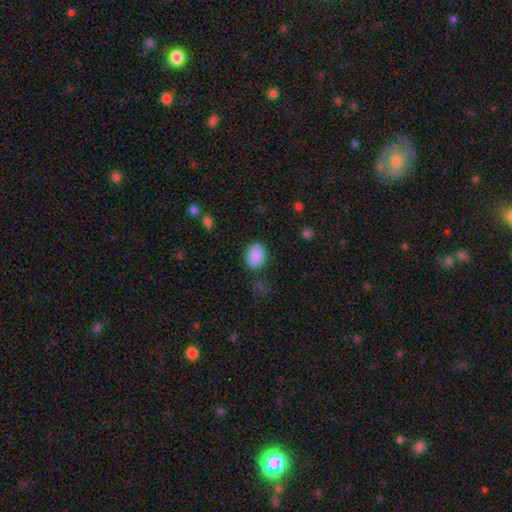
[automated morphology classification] The model was most divided on "how rounded": in between: 73%, round: 26%, cigar-shaped: 1%. More confident: smooth or featured — smooth (88%); merging — none (80%).